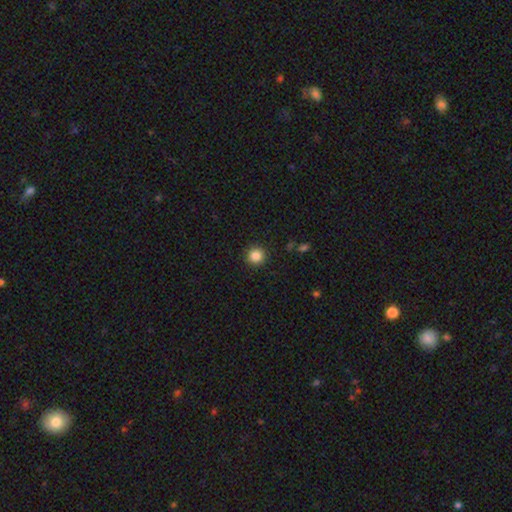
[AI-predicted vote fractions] A smooth galaxy with no disk features (85%) that is round (94%). Merging: none (92%).